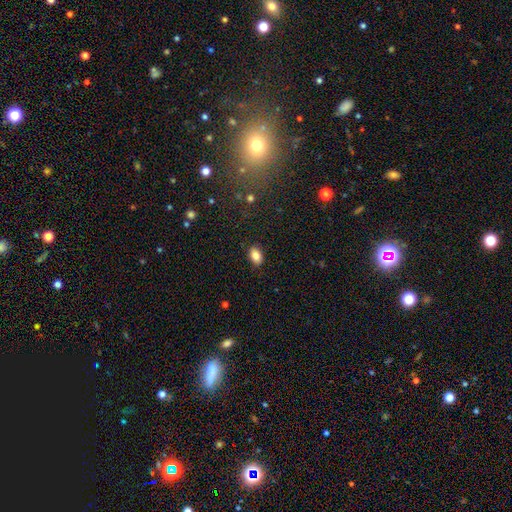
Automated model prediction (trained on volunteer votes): The model was most divided on "how rounded": in between: 85%, round: 14%, cigar-shaped: 1%. More confident: merging — none (88%); smooth or featured — smooth (85%).